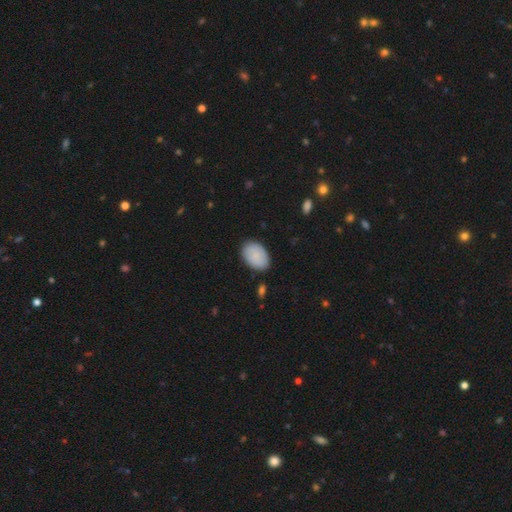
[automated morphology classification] A smooth galaxy with no disk features (85%) that is in between round and cigar-shaped (90%). Merging: none (85%).